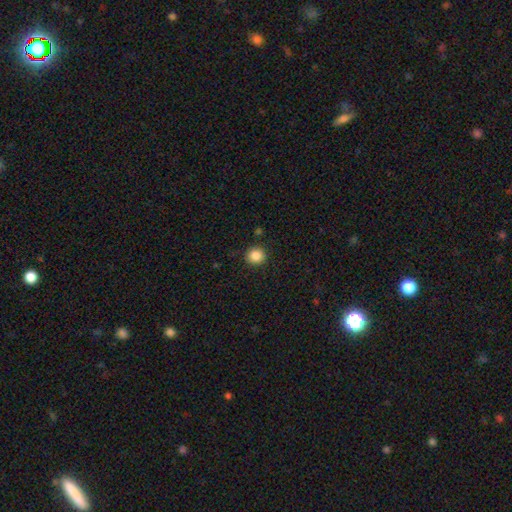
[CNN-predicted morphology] type=smooth (87%); roundness=round (91%); merging=none (89%).